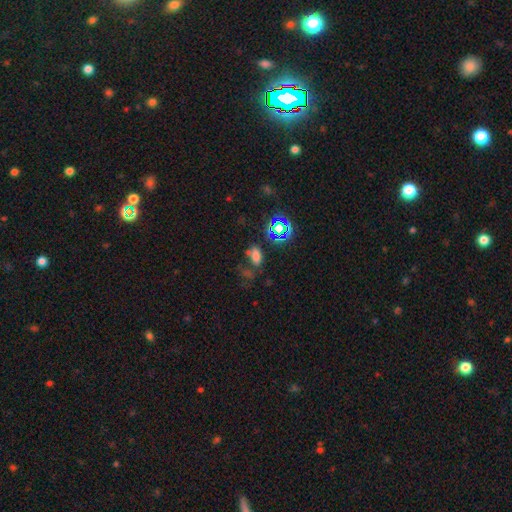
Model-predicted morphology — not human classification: Smooth or featured?
  - smooth: 55% *
  - star or artifact: 34%
  - featured or disk: 11%
How rounded?
  - in between: 82% *
  - round: 11%
  - cigar-shaped: 7%
Merging?
  - none: 49% *
  - minor disturbance: 19%
  - merger: 17%
  - major disturbance: 15%